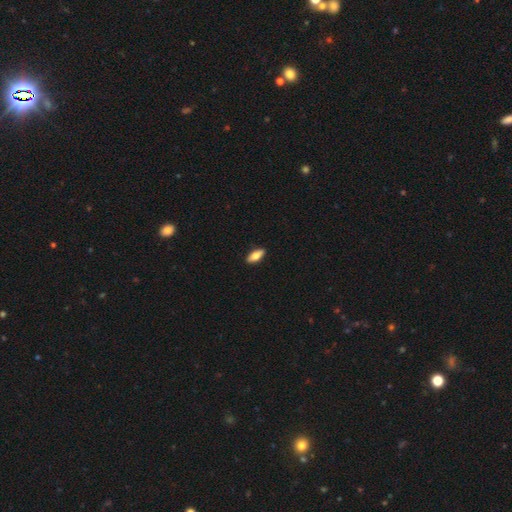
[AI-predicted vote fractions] smooth_or_featured: smooth (p=0.73) [alt: featured or disk p=0.20]
how_rounded: in between (p=0.76) [alt: cigar-shaped p=0.21]
merging: none (p=0.90) [alt: minor disturbance p=0.08]